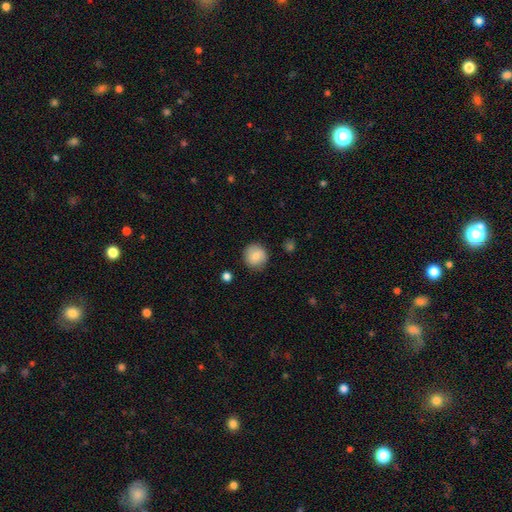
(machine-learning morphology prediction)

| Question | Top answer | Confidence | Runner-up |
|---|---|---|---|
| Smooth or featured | smooth | 82% | featured or disk (10%) |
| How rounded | round | 90% | in between (9%) |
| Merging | none | 85% | minor disturbance (10%) |